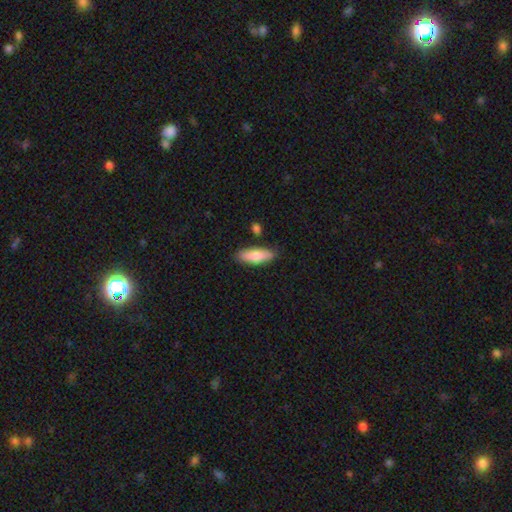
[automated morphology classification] smooth_or_featured: smooth (p=0.77) [alt: featured or disk p=0.17]
how_rounded: in between (p=0.55) [alt: cigar-shaped p=0.42]
merging: none (p=0.83) [alt: minor disturbance p=0.12]